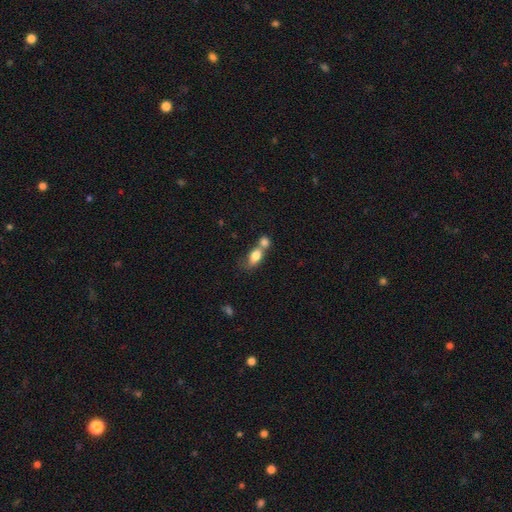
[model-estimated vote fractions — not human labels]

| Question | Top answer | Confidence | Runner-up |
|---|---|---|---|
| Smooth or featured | smooth | 79% | featured or disk (13%) |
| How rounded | in between | 74% | round (22%) |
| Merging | merger | 65% | none (21%) |